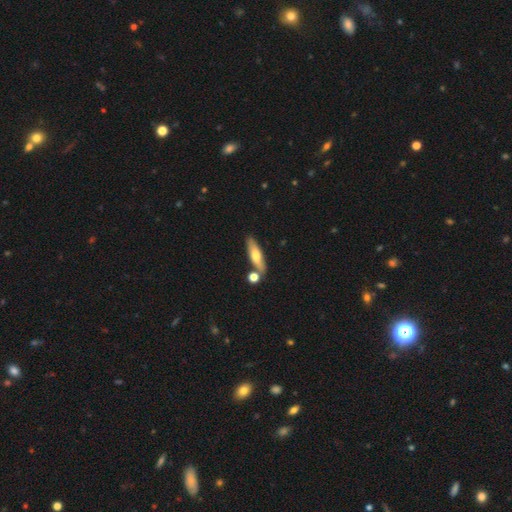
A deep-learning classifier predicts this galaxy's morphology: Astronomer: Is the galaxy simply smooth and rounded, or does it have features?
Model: smooth — 56% (runner-up: featured or disk, 38%).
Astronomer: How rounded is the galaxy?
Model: cigar-shaped — 63%.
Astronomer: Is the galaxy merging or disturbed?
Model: none — 75%.